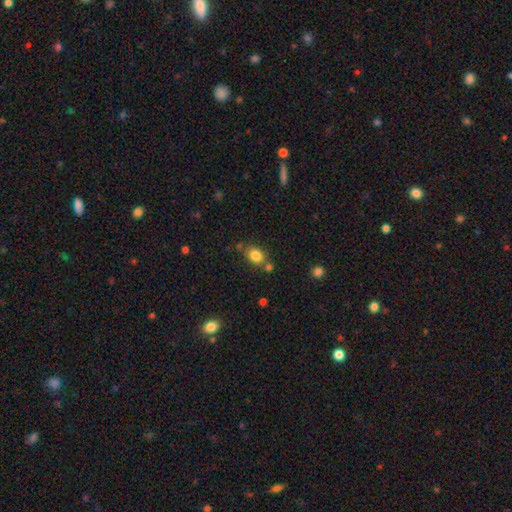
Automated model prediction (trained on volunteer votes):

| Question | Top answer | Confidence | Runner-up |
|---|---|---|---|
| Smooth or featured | smooth | 83% | star or artifact (10%) |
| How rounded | in between | 65% | round (33%) |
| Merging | none | 67% | merger (16%) |